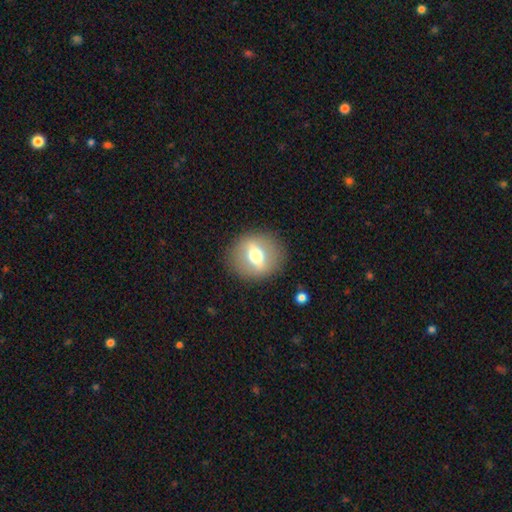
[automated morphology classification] A featured or disk galaxy (50%). Merging: none (87%).